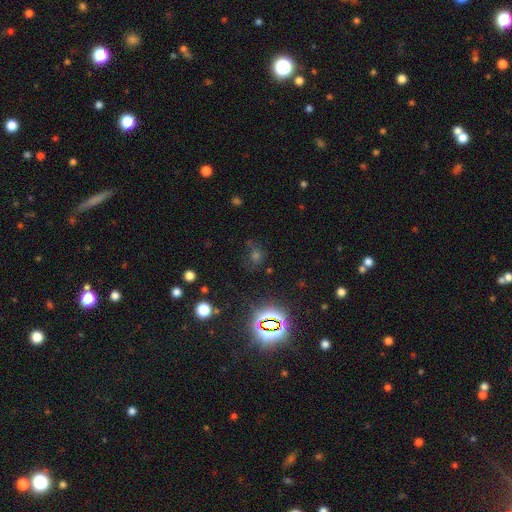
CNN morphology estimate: This is likely a star or artifact rather than a galaxy (60%).